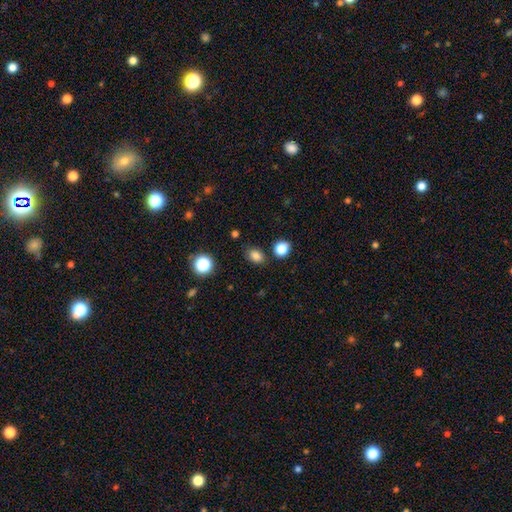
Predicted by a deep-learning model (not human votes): Smooth or featured?
  - smooth: 82% *
  - star or artifact: 13%
  - featured or disk: 5%
How rounded?
  - in between: 72% *
  - round: 27%
  - cigar-shaped: 1%
Merging?
  - none: 81% *
  - minor disturbance: 11%
  - merger: 4%
  - major disturbance: 3%